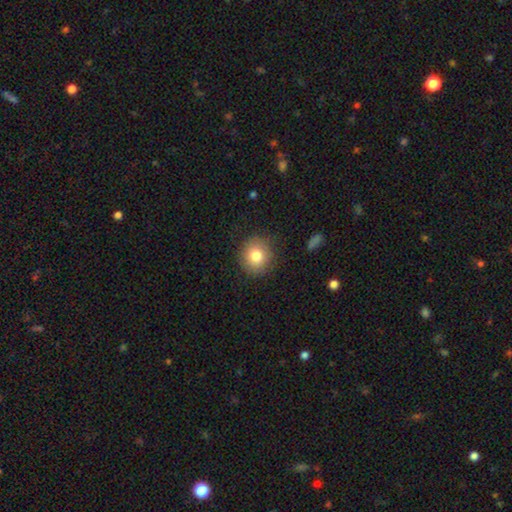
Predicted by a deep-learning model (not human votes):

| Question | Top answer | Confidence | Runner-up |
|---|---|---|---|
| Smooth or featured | smooth | 80% | featured or disk (10%) |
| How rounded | round | 85% | in between (14%) |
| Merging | none | 86% | minor disturbance (10%) |